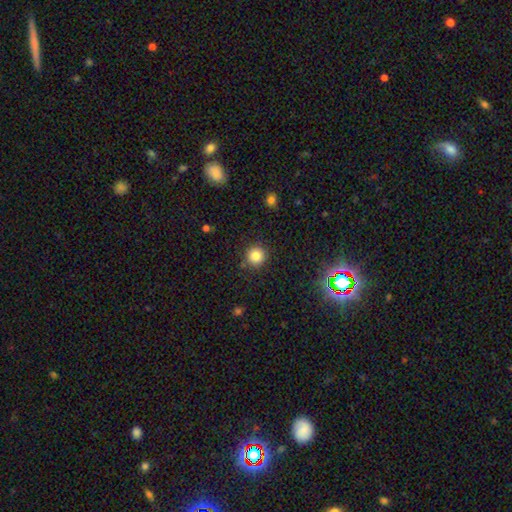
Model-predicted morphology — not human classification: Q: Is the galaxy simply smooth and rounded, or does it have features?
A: smooth — 83%.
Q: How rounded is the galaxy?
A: round — 94%.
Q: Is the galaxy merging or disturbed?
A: none — 89%.